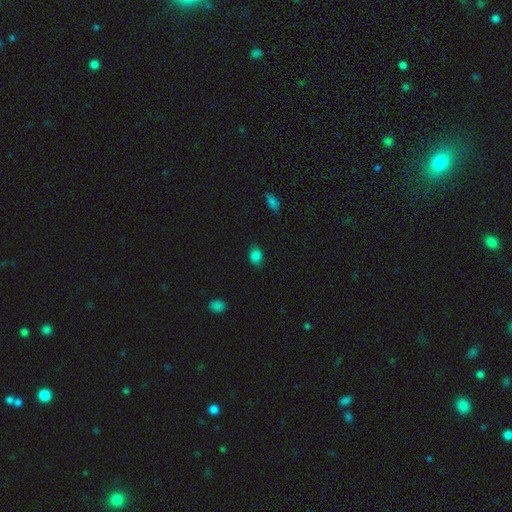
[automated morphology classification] The model was most divided on "how rounded": in between: 62%, round: 36%, cigar-shaped: 1%. More confident: smooth or featured — smooth (83%); merging — none (78%).